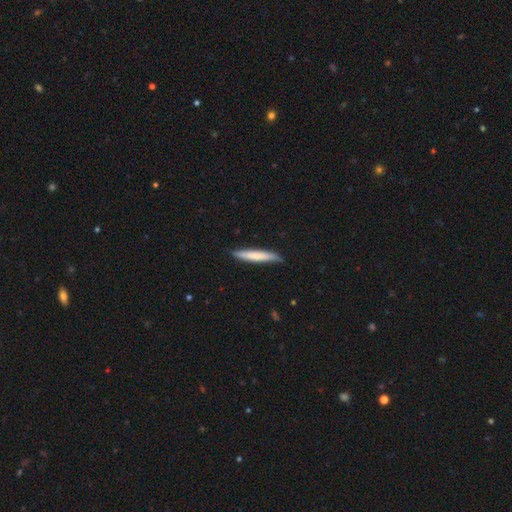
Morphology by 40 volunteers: This appears to be a smooth galaxy with no disk features (70%) that is cigar-shaped (100%). Merging: none (67%).